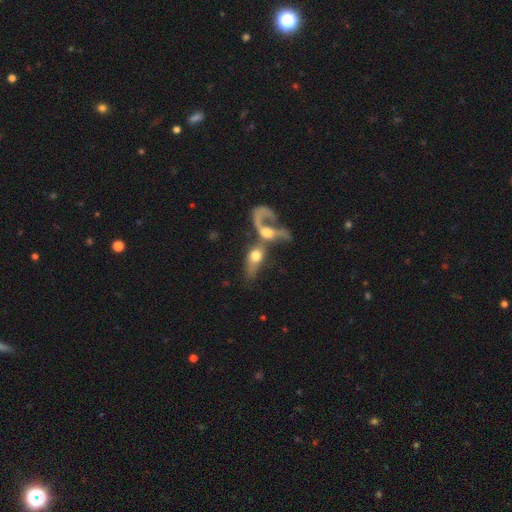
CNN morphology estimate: type=featured or disk (48%); merging=merger (73%).